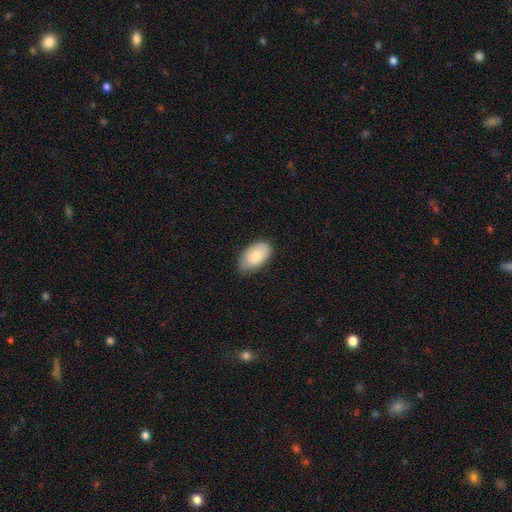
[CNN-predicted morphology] smooth-or-featured: smooth: 78% | featured or disk: 15% | star or artifact: 7%
  how-rounded: in between: 93% | round: 5% | cigar-shaped: 1%
  merging: none: 74% | minor disturbance: 22% | major disturbance: 3% | merger: 1%